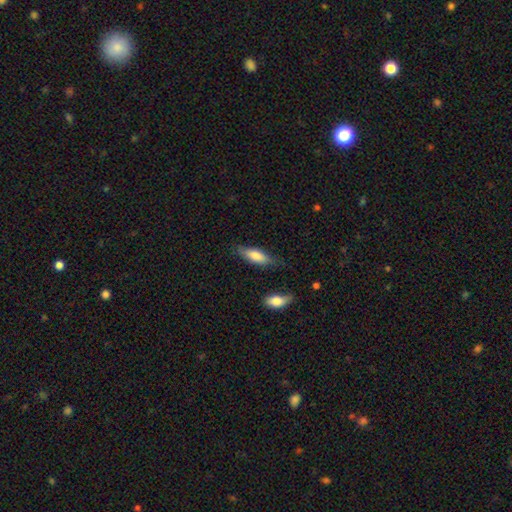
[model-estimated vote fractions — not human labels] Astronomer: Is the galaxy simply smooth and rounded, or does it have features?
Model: smooth — 75%.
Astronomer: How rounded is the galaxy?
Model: in between — 57% (runner-up: cigar-shaped, 41%).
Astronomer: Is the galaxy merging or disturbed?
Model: none — 68%.